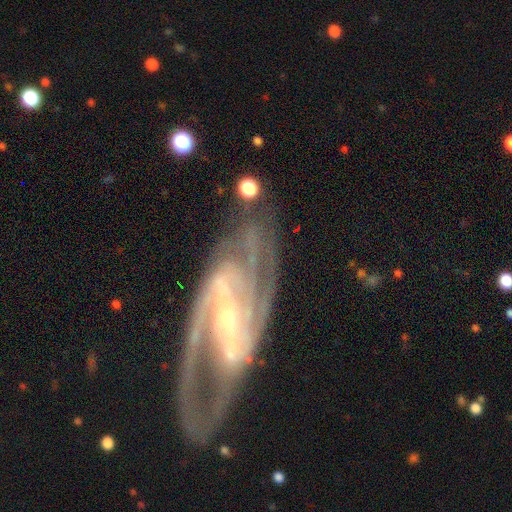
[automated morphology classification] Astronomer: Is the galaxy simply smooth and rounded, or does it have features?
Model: featured or disk — 91%.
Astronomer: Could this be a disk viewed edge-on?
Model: no — 94%.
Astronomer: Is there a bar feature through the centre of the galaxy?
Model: strong — 66%.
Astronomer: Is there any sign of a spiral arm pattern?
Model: yes — 98%.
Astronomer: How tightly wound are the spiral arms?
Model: medium — 47% (runner-up: tight, 41%).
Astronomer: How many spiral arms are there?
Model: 2 — 57%.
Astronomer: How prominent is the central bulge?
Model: small — 78%.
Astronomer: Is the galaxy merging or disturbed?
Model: none — 73%.